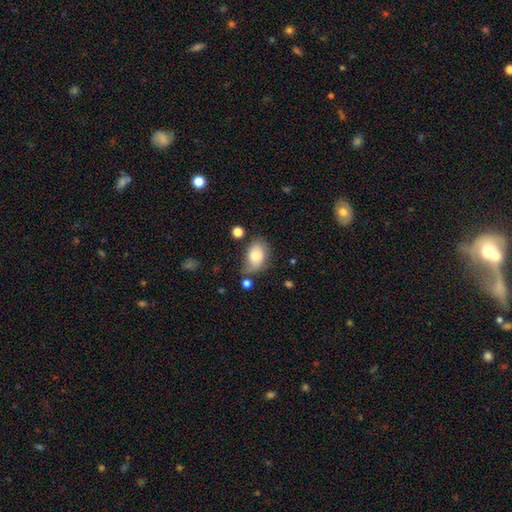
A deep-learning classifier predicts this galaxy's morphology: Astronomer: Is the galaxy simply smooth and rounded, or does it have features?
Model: smooth — 73%.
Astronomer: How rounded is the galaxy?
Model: in between — 85%.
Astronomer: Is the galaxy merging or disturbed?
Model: none — 49% (runner-up: minor disturbance, 32%).